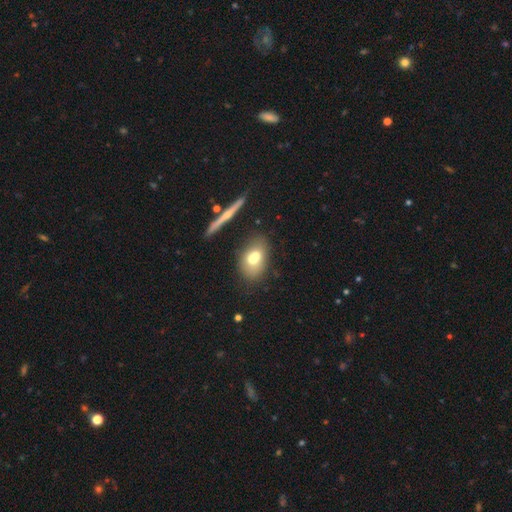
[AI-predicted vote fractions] smooth-or-featured: smooth: 65% | featured or disk: 25% | star or artifact: 10%
  how-rounded: in between: 73% | round: 23% | cigar-shaped: 3%
  merging: none: 47% | merger: 31% | minor disturbance: 15% | major disturbance: 6%